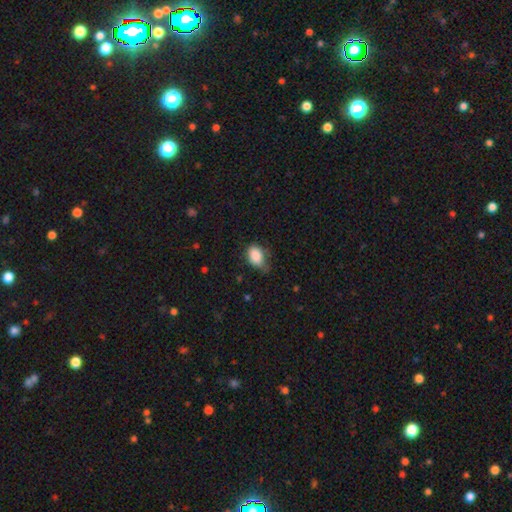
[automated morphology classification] This appears to be a smooth galaxy with no disk features (86%) that is in between round and cigar-shaped (82%). Merging: none (45%).